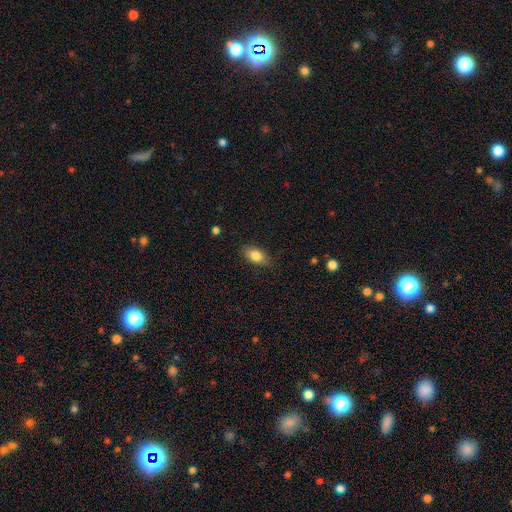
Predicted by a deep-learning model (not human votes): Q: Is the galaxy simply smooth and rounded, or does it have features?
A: smooth — 82%.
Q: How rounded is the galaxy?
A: in between — 88%.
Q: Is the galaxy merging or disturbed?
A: none — 83%.